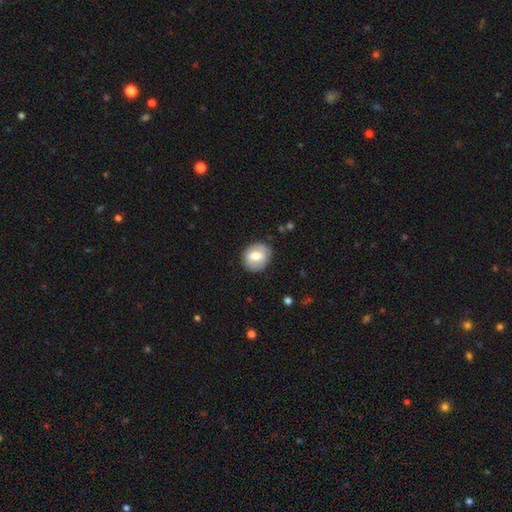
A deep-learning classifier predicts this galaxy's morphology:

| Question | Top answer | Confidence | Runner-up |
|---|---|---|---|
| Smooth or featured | smooth | 60% | featured or disk (33%) |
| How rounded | round | 63% | in between (36%) |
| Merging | none | 82% | minor disturbance (13%) |